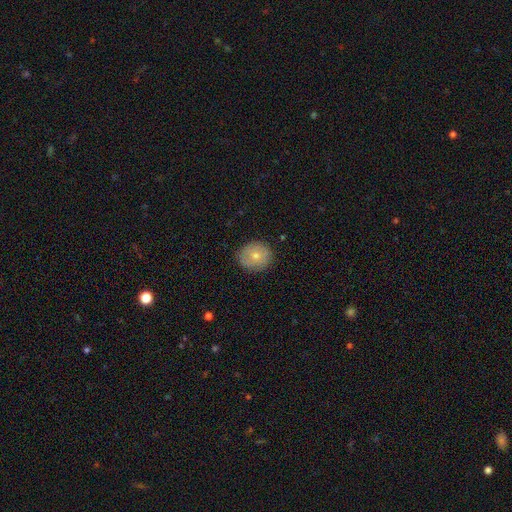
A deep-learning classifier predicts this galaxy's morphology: Q: Smooth or featured?
A: smooth (69%); runner-up: featured or disk (23%)
Q: How rounded?
A: round (83%); runner-up: in between (16%)
Q: Merging?
A: none (81%); runner-up: minor disturbance (15%)